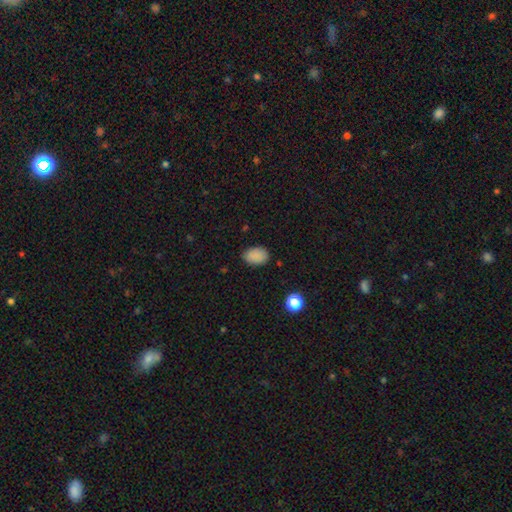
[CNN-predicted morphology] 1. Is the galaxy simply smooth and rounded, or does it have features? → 87% smooth, 10% star or artifact, 4% featured or disk.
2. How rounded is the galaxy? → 81% in between, 18% round, 1% cigar-shaped.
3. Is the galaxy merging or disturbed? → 83% none, 13% minor disturbance, 3% major disturbance, 1% merger.